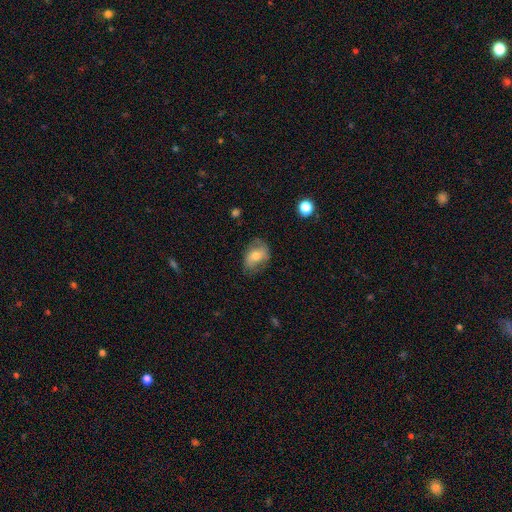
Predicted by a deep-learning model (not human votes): smooth 58%, featured or disk 34%, star or artifact 8%. Down the decision tree: how rounded — in between (77%); merging — none (67%).